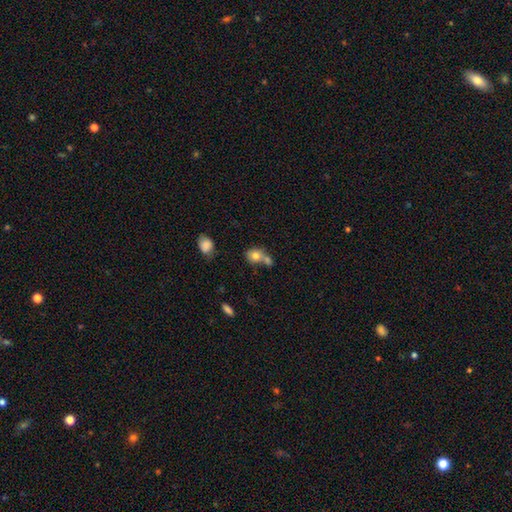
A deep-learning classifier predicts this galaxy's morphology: type=smooth (76%); roundness=round (59%); merging=merger (49%).